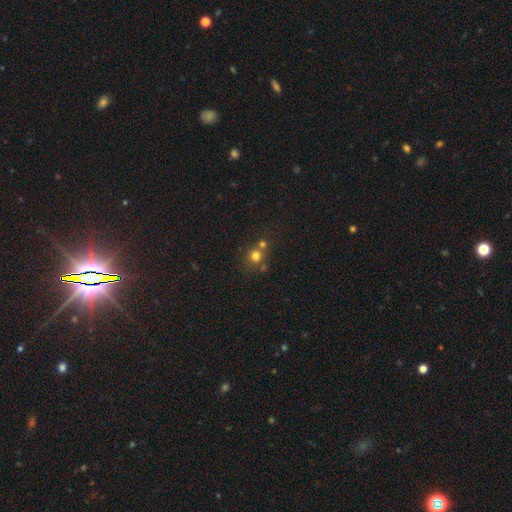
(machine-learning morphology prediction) type=smooth (73%); roundness=round (87%); merging=none (53%).